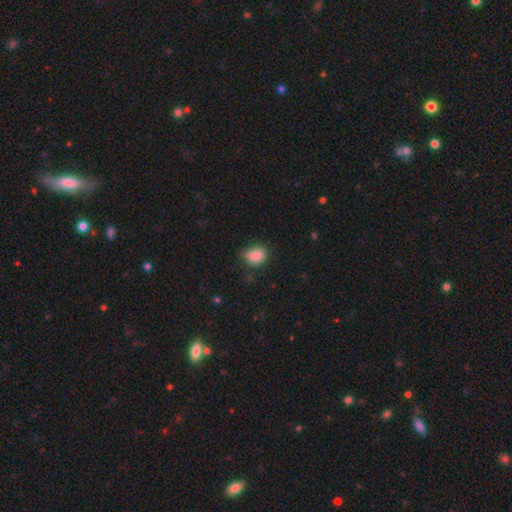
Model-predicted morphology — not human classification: Smooth or featured: smooth — 84% (star or artifact — 10%)
How rounded: round — 59% (in between — 40%)
Merging: none — 60% (minor disturbance — 31%)